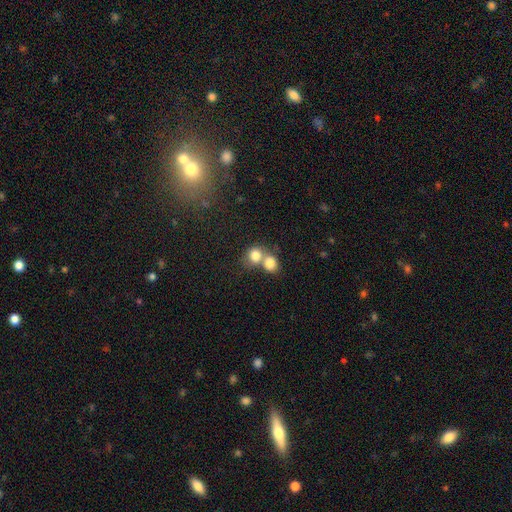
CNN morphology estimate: smooth 80%, featured or disk 11%, star or artifact 10%. Down the decision tree: how rounded — round (66%); merging — merger (62%).